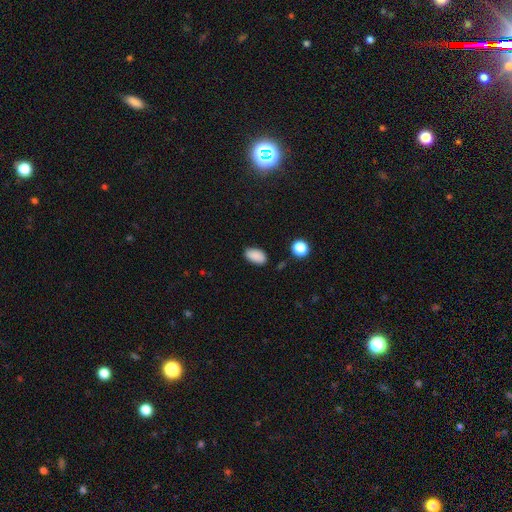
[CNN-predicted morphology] smooth-or-featured: smooth: 88% | star or artifact: 8% | featured or disk: 4%
  how-rounded: in between: 93% | round: 5% | cigar-shaped: 2%
  merging: none: 84% | minor disturbance: 11% | major disturbance: 3% | merger: 2%